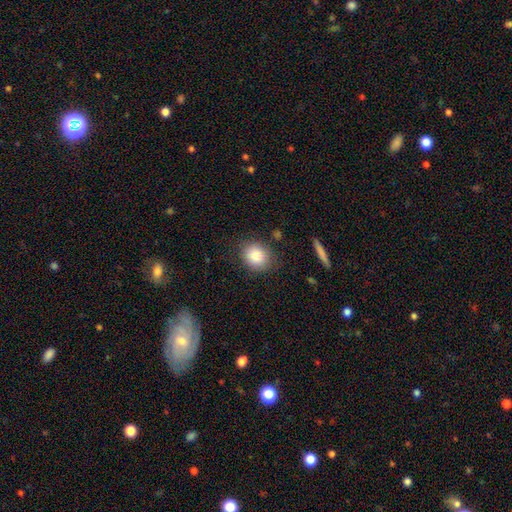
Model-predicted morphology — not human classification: Q: Smooth or featured?
A: smooth (85%); runner-up: star or artifact (8%)
Q: How rounded?
A: round (71%); runner-up: in between (27%)
Q: Merging?
A: none (82%); runner-up: minor disturbance (12%)